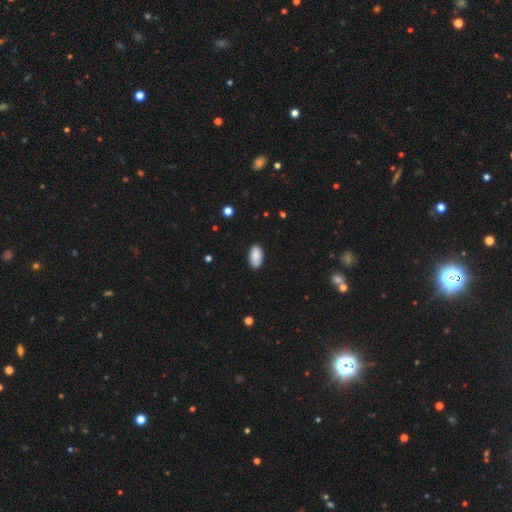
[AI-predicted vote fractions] The model was most divided on "merging": none: 82%, minor disturbance: 14%, major disturbance: 2%, merger: 2%. More confident: how rounded — in between (95%); smooth or featured — smooth (86%).